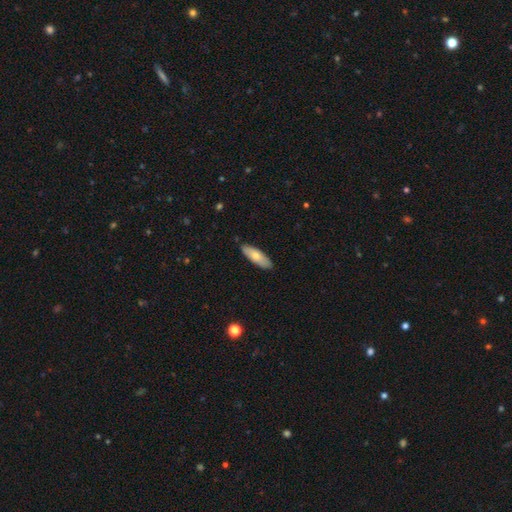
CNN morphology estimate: smooth 70%, featured or disk 24%, star or artifact 6%. Down the decision tree: how rounded — in between (59%); merging — none (88%).